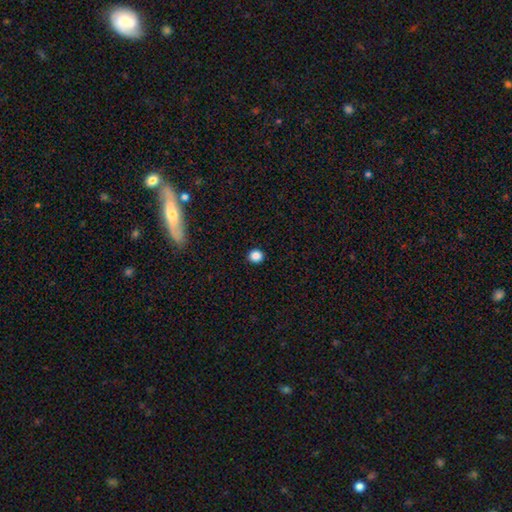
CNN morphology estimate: smooth_or_featured: smooth (p=0.85) [alt: star or artifact p=0.11]
how_rounded: round (p=0.90) [alt: in between p=0.09]
merging: none (p=0.93) [alt: minor disturbance p=0.05]